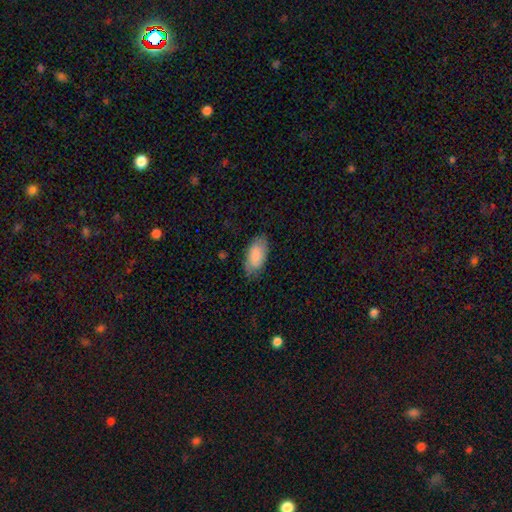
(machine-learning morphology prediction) type=smooth (80%); roundness=in between (94%); merging=none (74%).